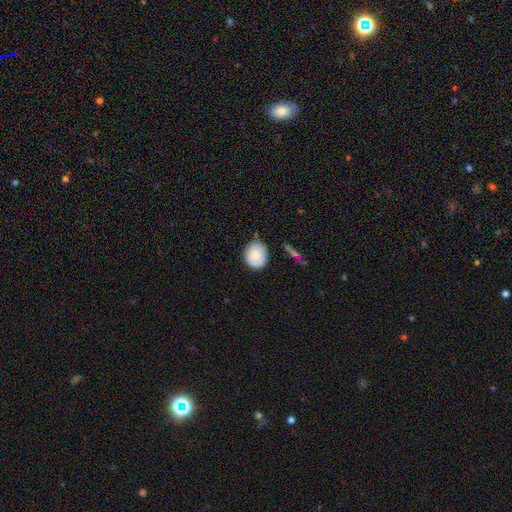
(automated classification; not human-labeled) Smooth or featured? Predicted: smooth (p=0.81). How rounded? Predicted: round (p=0.67). Merging? Predicted: none (p=0.72).